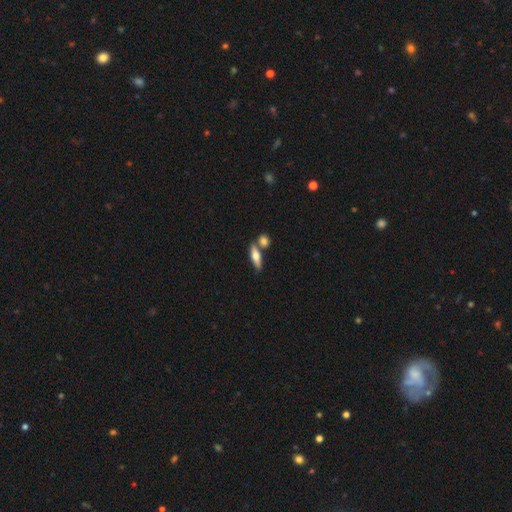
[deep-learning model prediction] Smooth or featured: smooth — 55% (featured or disk — 39%)
How rounded: cigar-shaped — 51% (in between — 45%)
Merging: none — 63% (merger — 23%)